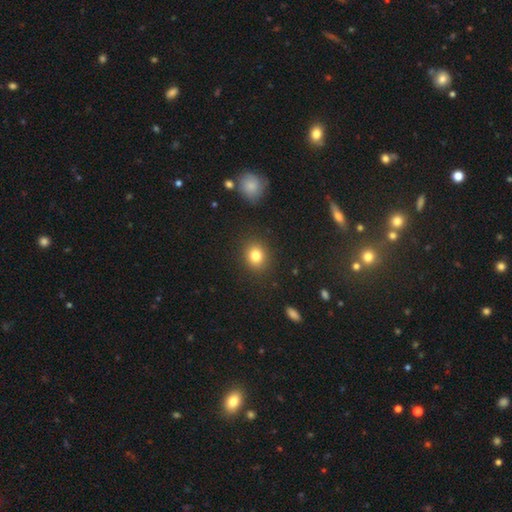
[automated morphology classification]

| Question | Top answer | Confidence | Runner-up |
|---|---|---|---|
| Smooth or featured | smooth | 82% | star or artifact (11%) |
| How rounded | round | 74% | in between (25%) |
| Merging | none | 88% | minor disturbance (7%) |